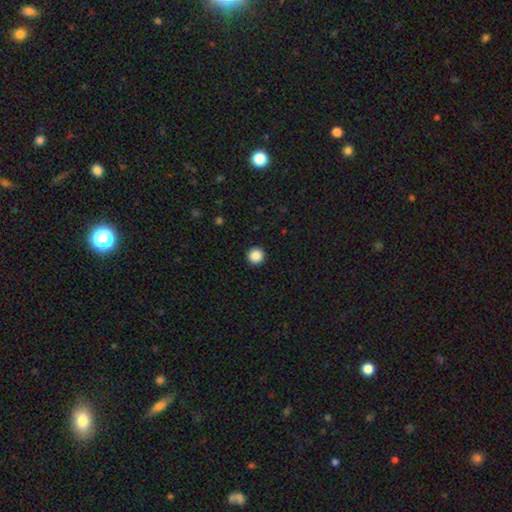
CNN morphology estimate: type=smooth (87%); roundness=round (97%); merging=none (94%).